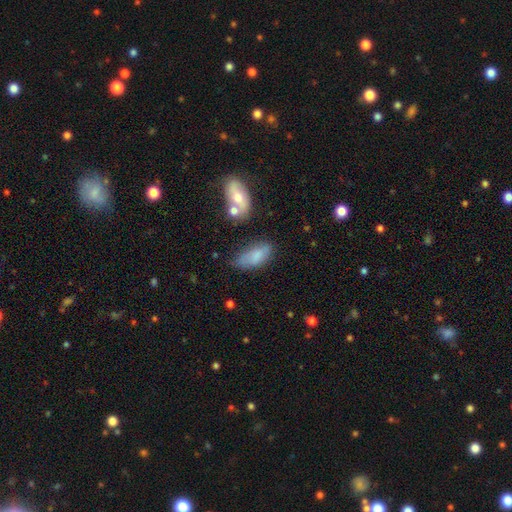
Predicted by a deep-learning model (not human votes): Smooth or featured? Predicted: smooth (p=0.76). How rounded? Predicted: in between (p=0.87). Merging? Predicted: none (p=0.53).